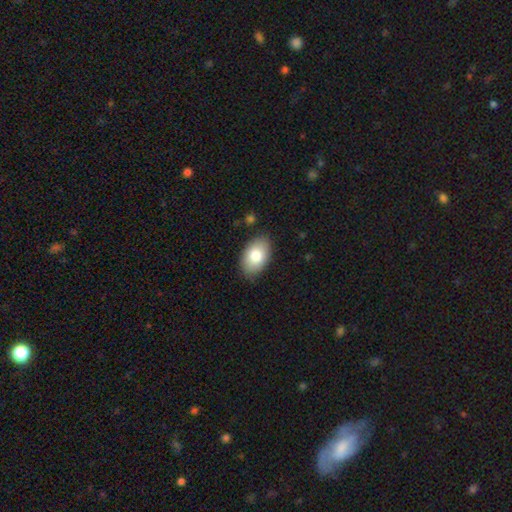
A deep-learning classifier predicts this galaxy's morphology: Q: Smooth or featured?
A: smooth (81%); runner-up: featured or disk (12%)
Q: How rounded?
A: in between (92%); runner-up: round (7%)
Q: Merging?
A: none (84%); runner-up: minor disturbance (12%)